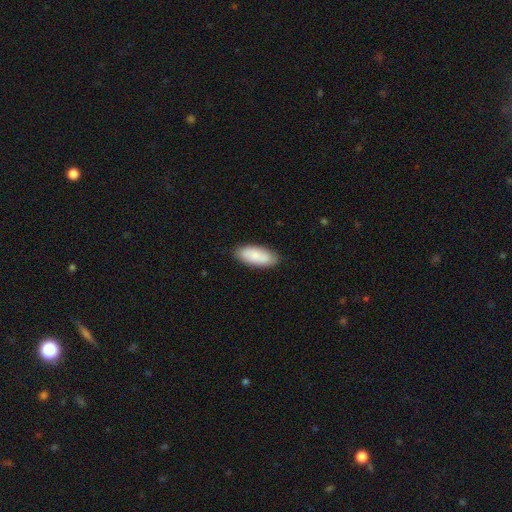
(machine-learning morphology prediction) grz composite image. It shows a smooth galaxy with no disk features (84%) that is in between round and cigar-shaped (84%). Merging: none (85%).